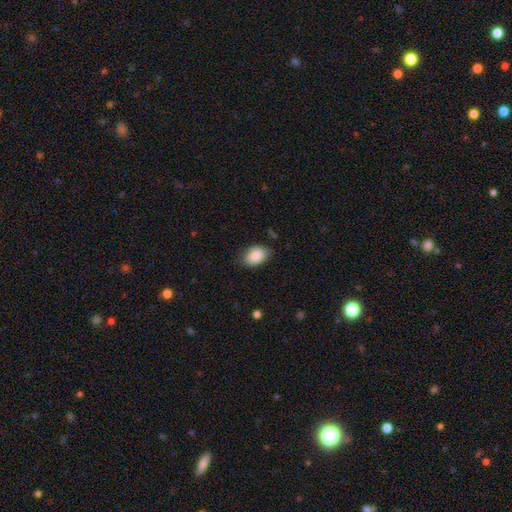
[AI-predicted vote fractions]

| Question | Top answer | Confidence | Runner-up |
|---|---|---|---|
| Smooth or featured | smooth | 87% | star or artifact (7%) |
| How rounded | in between | 87% | round (12%) |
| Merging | none | 72% | minor disturbance (22%) |